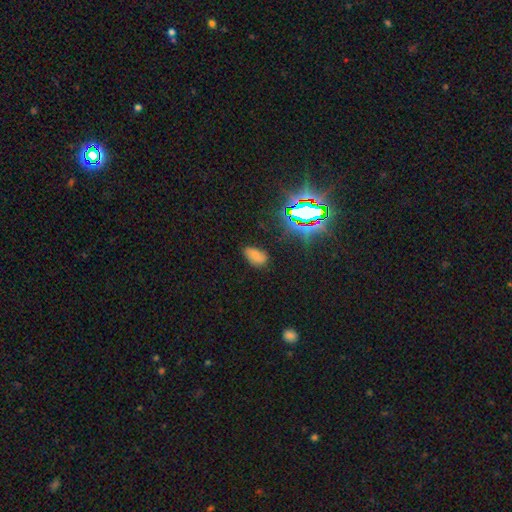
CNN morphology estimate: type=smooth (67%); roundness=in between (92%); merging=none (76%).